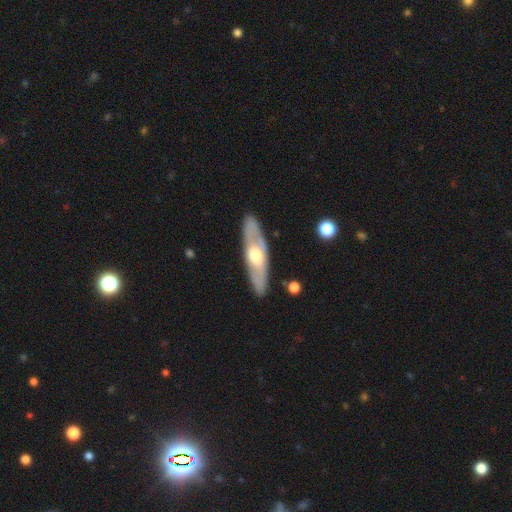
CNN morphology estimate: type=featured or disk (62%); edge-on=no (55%); merging=none (87%).